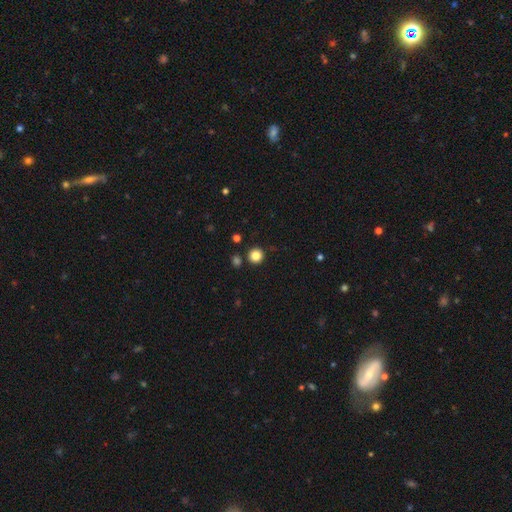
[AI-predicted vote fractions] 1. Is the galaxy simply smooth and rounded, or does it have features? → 85% smooth, 11% star or artifact, 4% featured or disk.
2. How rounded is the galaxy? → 95% round, 4% in between, 1% cigar-shaped.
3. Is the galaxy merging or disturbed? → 89% none, 5% minor disturbance, 4% merger, 2% major disturbance.